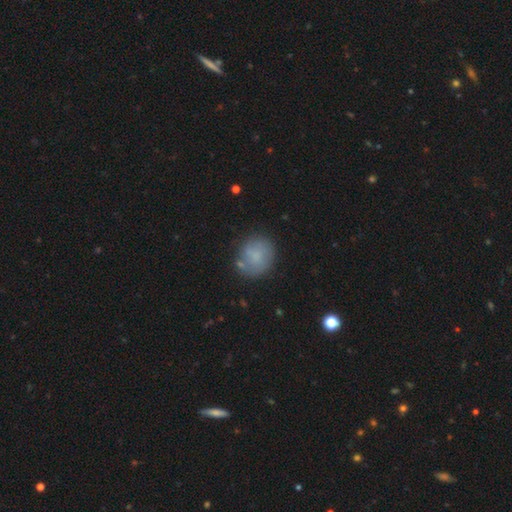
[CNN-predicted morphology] Smooth or featured: smooth — 70% (featured or disk — 20%)
How rounded: round — 78% (in between — 21%)
Merging: none — 68% (minor disturbance — 19%)